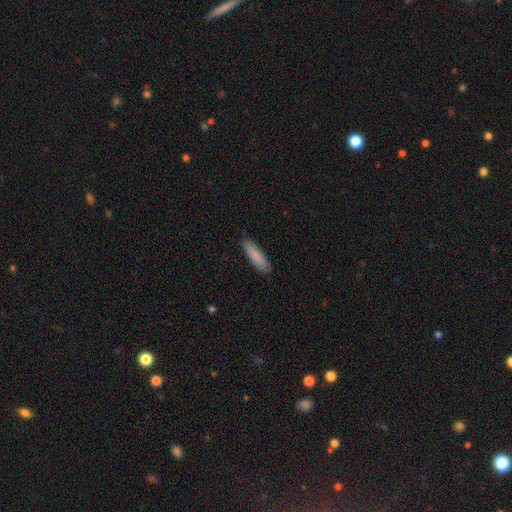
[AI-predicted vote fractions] A smooth galaxy with no disk features (86%) that is cigar-shaped (73%).

Vote fractions:
- Smooth or featured? smooth: 86% / featured or disk: 8% / star or artifact: 6%
- How rounded? cigar-shaped: 73% / in between: 26% / round: 1%
- Merging? none: 88% / minor disturbance: 10% / major disturbance: 2% / merger: 1%